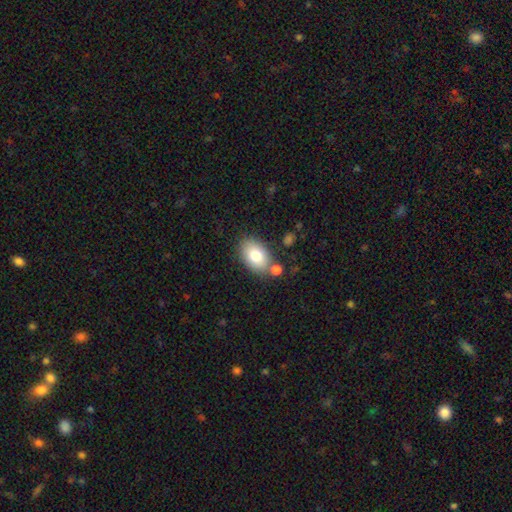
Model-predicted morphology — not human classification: smooth-or-featured: smooth: 80% | featured or disk: 12% | star or artifact: 8%
  how-rounded: in between: 87% | round: 12% | cigar-shaped: 1%
  merging: none: 74% | minor disturbance: 13% | merger: 10% | major disturbance: 3%